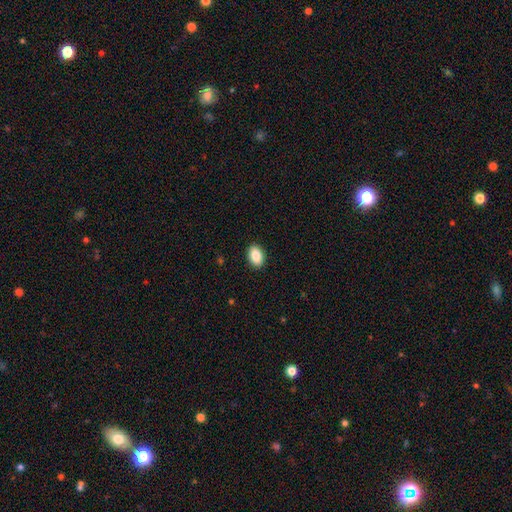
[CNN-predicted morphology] Smooth or featured? Predicted: smooth (p=0.87). How rounded? Predicted: in between (p=0.88). Merging? Predicted: none (p=0.91).